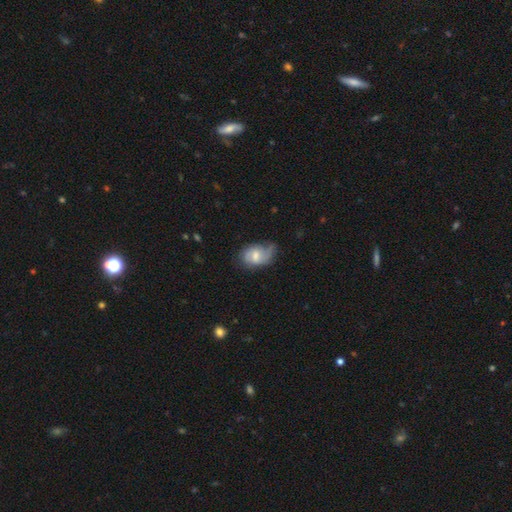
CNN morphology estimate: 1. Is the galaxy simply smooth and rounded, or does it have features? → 50% featured or disk, 43% smooth, 7% star or artifact.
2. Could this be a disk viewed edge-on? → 96% no, 4% yes.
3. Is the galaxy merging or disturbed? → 42% none, 36% minor disturbance, 20% major disturbance, 3% merger.